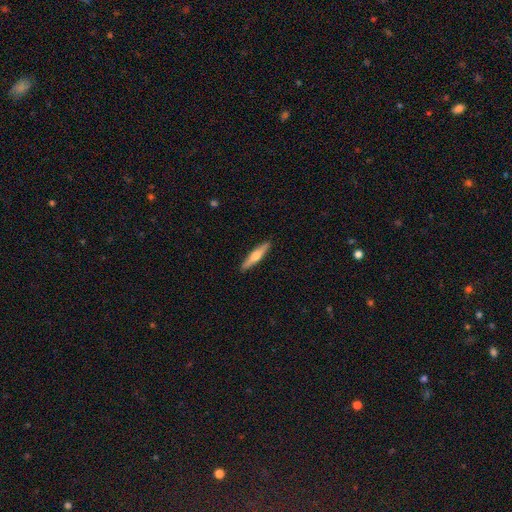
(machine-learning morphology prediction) type=featured or disk (53%); edge-on=yes (96%); edge-on bulge=rounded (91%); merging=none (91%).